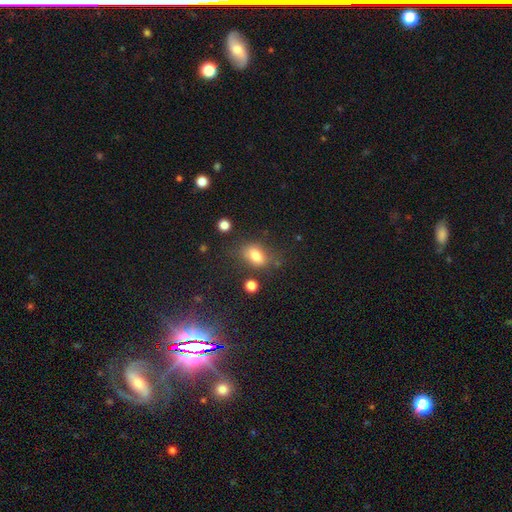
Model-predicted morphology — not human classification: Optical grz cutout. It shows a smooth galaxy with no disk features (77%) that is in between round and cigar-shaped (80%). Merging: none (67%).